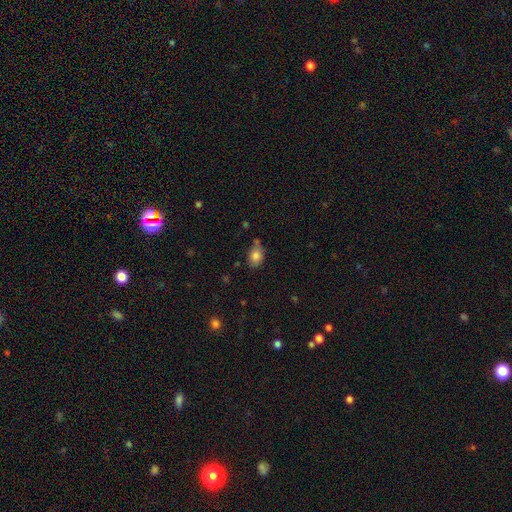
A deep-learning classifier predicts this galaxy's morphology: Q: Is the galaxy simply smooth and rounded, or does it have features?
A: smooth — 83%.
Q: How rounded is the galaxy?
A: in between — 73%.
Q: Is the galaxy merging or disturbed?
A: none — 62%.